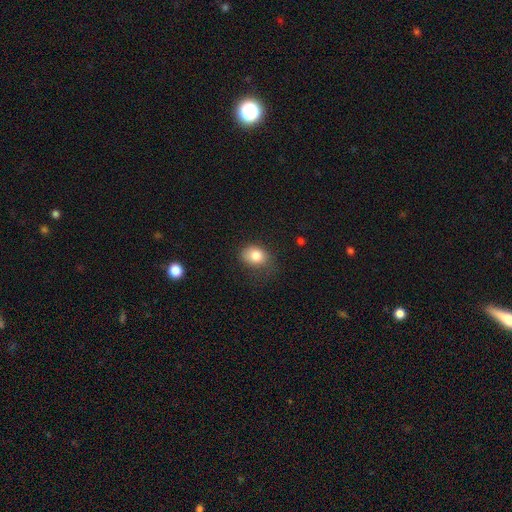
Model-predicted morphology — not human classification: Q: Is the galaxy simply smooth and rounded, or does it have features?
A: smooth — 82%.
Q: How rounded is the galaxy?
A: in between — 56%.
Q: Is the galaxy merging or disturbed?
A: none — 59%.